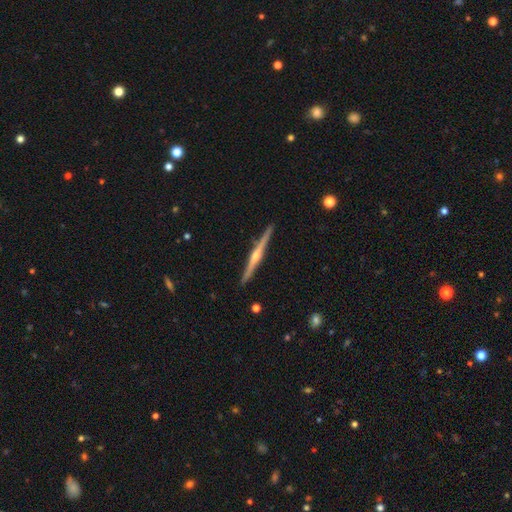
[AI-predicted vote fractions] Q: Smooth or featured?
A: featured or disk (83%); runner-up: smooth (12%)
Q: Edge-on disk?
A: yes (99%); runner-up: no (1%)
Q: Edge-on bulge?
A: rounded (87%); runner-up: none (7%)
Q: Merging?
A: none (92%); runner-up: minor disturbance (6%)